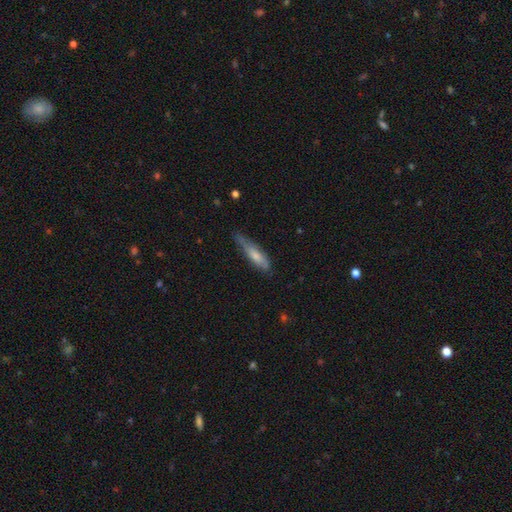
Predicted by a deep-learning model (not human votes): Smooth or featured? smooth (66%)
How rounded? cigar-shaped (71%)
Merging? none (51%)